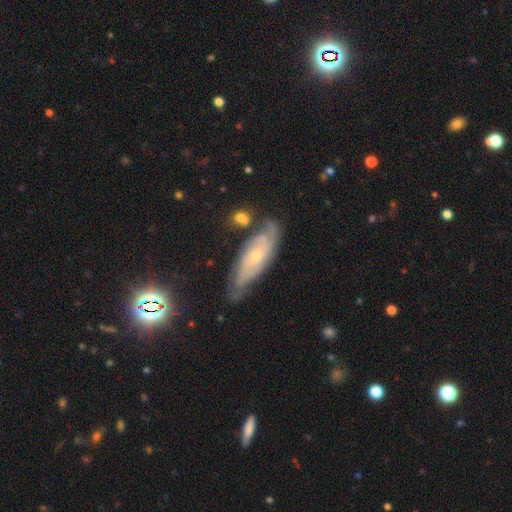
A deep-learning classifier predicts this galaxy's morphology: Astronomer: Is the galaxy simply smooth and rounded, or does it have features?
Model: featured or disk — 72%.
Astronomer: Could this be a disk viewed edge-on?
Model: no — 83%.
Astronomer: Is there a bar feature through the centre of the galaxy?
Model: no — 74%.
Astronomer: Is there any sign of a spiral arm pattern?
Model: yes — 88%.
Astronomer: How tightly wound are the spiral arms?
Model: tight — 60%.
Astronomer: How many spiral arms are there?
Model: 2 — 43% (runner-up: can't tell, 41%).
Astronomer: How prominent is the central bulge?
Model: small — 72%.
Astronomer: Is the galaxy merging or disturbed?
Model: none — 63%.